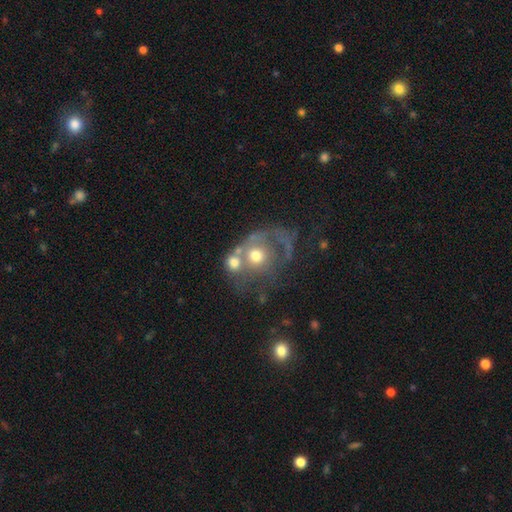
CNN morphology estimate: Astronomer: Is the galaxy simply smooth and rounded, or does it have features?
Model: featured or disk — 47% (runner-up: smooth, 42%).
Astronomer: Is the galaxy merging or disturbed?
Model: merger — 39% (runner-up: none, 24%).